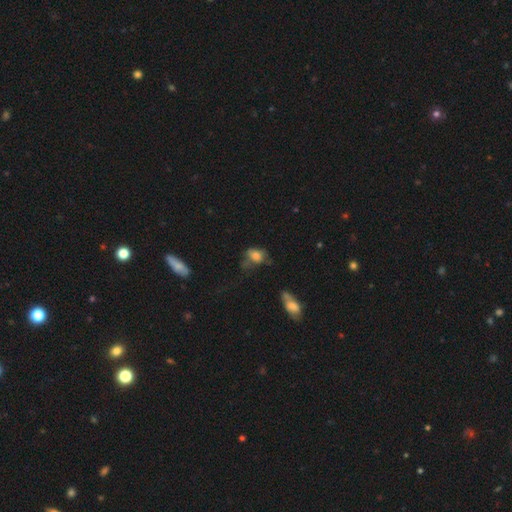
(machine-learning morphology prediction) smooth-or-featured: smooth: 71% | featured or disk: 18% | star or artifact: 11%
  how-rounded: in between: 67% | round: 30% | cigar-shaped: 2%
  merging: none: 36% | minor disturbance: 30% | major disturbance: 25% | merger: 9%